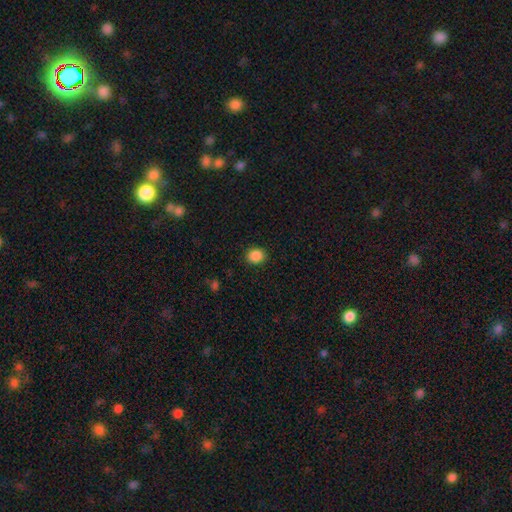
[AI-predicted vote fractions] Q: Smooth or featured?
A: smooth (88%); runner-up: star or artifact (10%)
Q: How rounded?
A: round (69%); runner-up: in between (30%)
Q: Merging?
A: none (90%); runner-up: minor disturbance (7%)